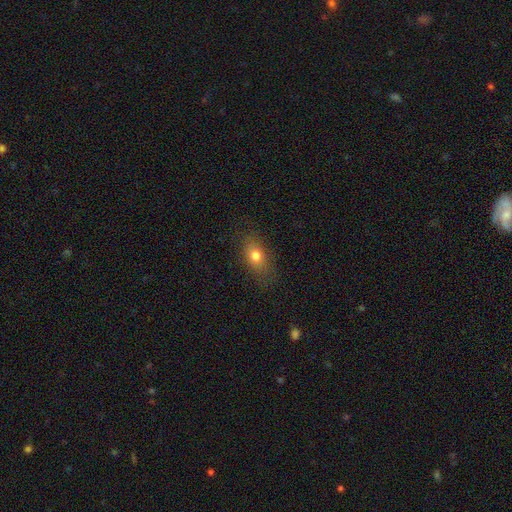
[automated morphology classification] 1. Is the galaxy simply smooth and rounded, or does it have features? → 76% smooth, 13% featured or disk, 11% star or artifact.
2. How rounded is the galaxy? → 75% in between, 19% round, 5% cigar-shaped.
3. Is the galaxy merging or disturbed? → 79% none, 15% minor disturbance, 5% major disturbance, 1% merger.